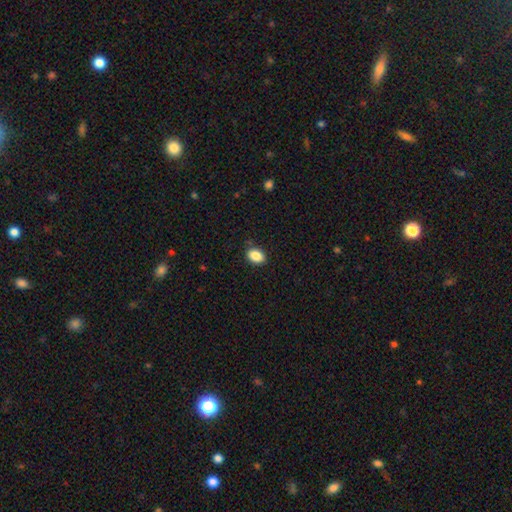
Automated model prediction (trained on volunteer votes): smooth_or_featured: smooth (p=0.88) [alt: star or artifact p=0.08]
how_rounded: in between (p=0.81) [alt: round p=0.17]
merging: none (p=0.86) [alt: minor disturbance p=0.10]